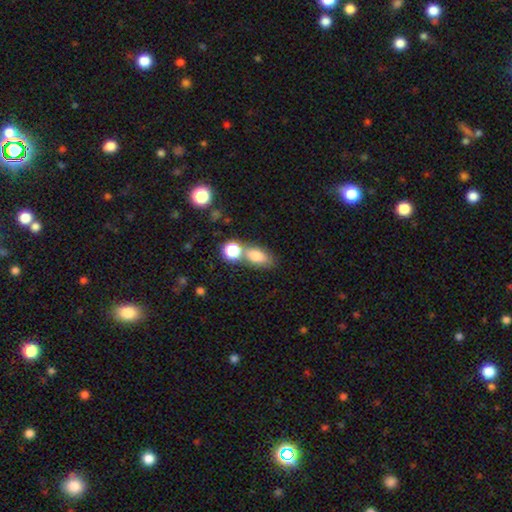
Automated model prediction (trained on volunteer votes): Smooth or featured: smooth — 76% (star or artifact — 12%)
How rounded: in between — 78% (round — 16%)
Merging: none — 51% (merger — 31%)